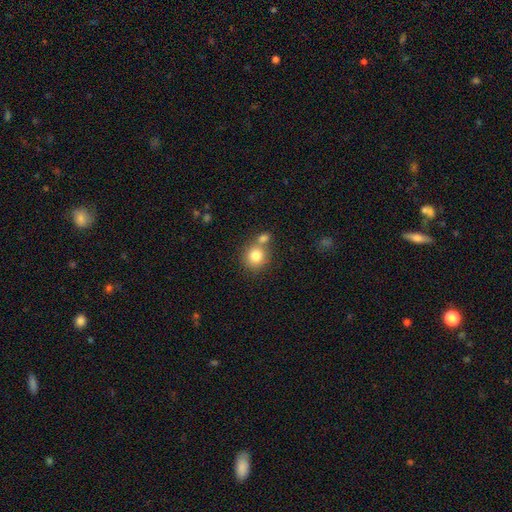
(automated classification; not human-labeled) Smooth or featured?
  - smooth: 81% *
  - star or artifact: 10%
  - featured or disk: 9%
How rounded?
  - round: 84% *
  - in between: 15%
  - cigar-shaped: 1%
Merging?
  - none: 55% *
  - merger: 32%
  - minor disturbance: 9%
  - major disturbance: 3%